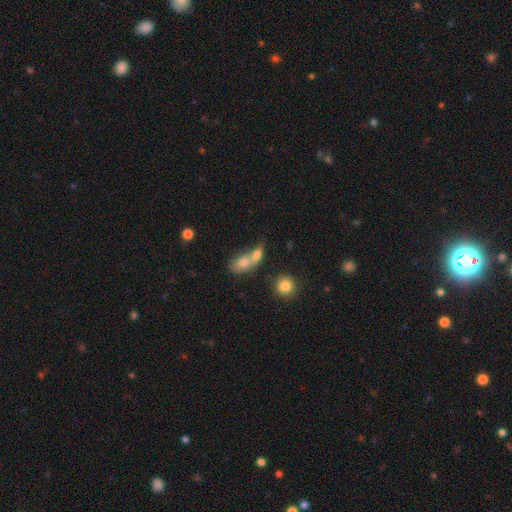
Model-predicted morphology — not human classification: This appears to be a smooth galaxy with no disk features (71%) that is in between round and cigar-shaped (71%). Merging: merger (65%).